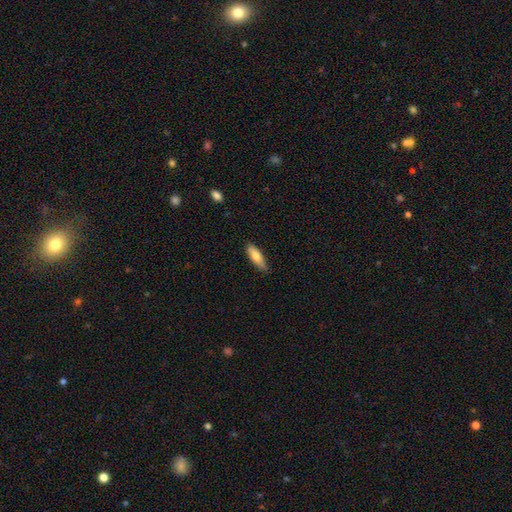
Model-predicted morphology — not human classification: Smooth or featured? Predicted: smooth (p=0.78). How rounded? Predicted: cigar-shaped (p=0.50). Merging? Predicted: none (p=0.80).